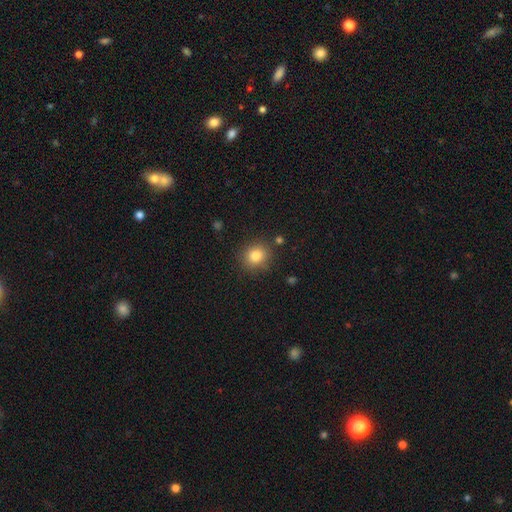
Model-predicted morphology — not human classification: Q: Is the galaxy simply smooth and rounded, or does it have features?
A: smooth — 82%.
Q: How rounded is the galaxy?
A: round — 83%.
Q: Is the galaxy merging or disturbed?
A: none — 85%.